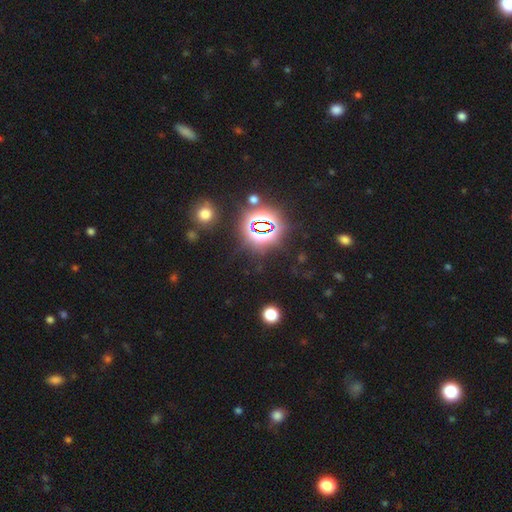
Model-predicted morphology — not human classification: Smooth or featured? star or artifact (79%)